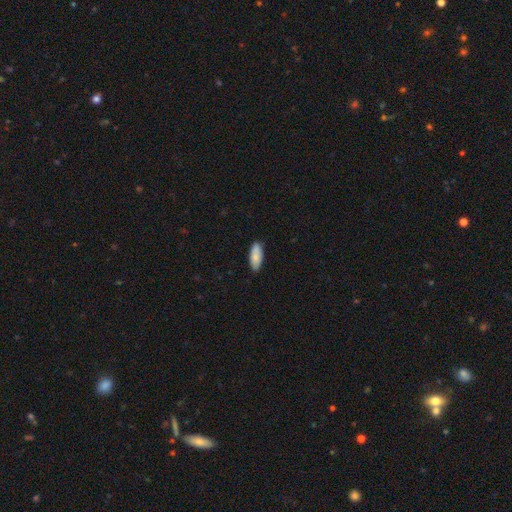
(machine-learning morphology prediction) A smooth galaxy with no disk features (85%) that is in between round and cigar-shaped (79%). Merging: none (87%).